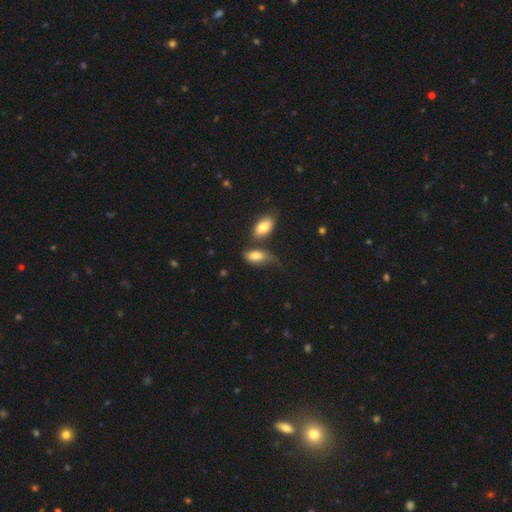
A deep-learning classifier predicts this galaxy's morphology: This is likely a smooth galaxy (76%). How rounded: clearly in between (90%). Merging: marginally none (34%).